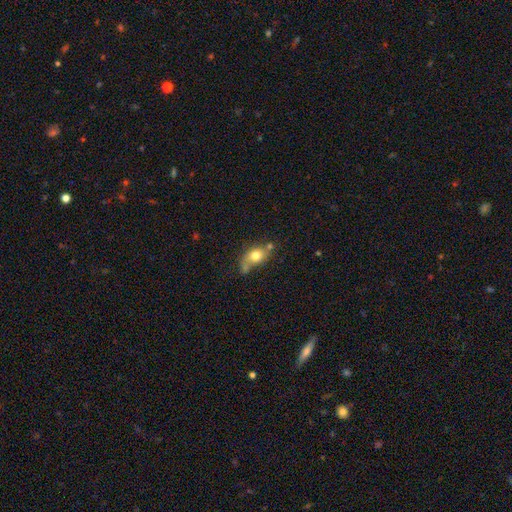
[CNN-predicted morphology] Smooth or featured: smooth — 72% (featured or disk — 18%)
How rounded: in between — 68% (round — 28%)
Merging: none — 43% (minor disturbance — 24%)